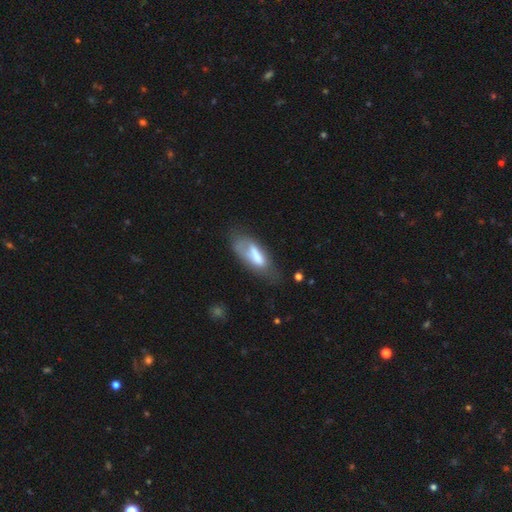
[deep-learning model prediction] Q: Smooth or featured?
A: smooth (60%); runner-up: featured or disk (32%)
Q: How rounded?
A: in between (66%); runner-up: cigar-shaped (32%)
Q: Merging?
A: none (41%); runner-up: minor disturbance (30%)